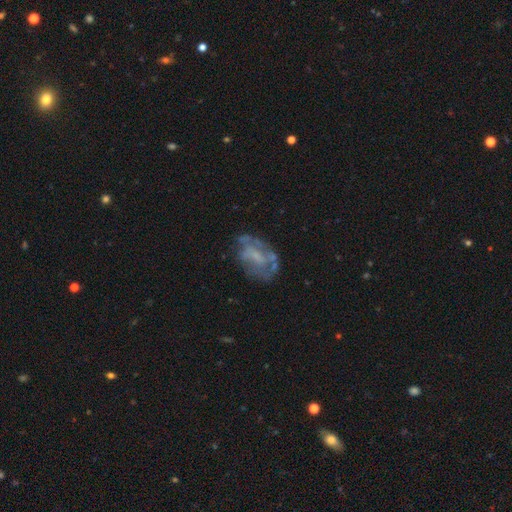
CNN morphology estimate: smooth-or-featured: featured or disk: 68% | smooth: 23% | star or artifact: 9%
  disk-edge-on: no: 96% | yes: 4%
    bar: no: 56% | weak: 34% | strong: 10%
    has-spiral-arms: yes: 56% | no: 44%
    bulge-size: none: 41% | small: 35% | moderate: 19% | large: 3% | dominant: 1%
  merging: none: 54% | minor disturbance: 23% | major disturbance: 19% | merger: 4%